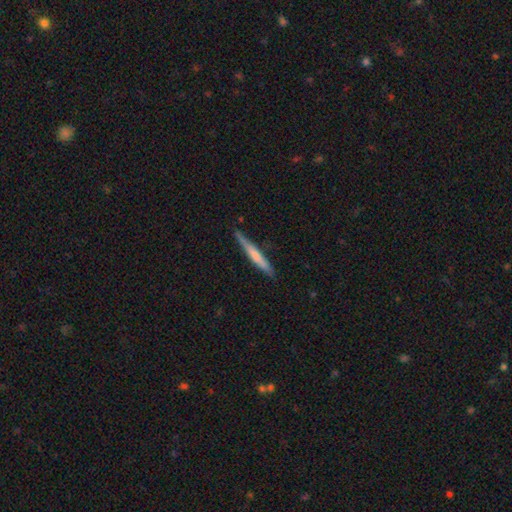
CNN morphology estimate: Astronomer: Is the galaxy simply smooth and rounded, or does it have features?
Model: smooth — 56% (runner-up: featured or disk, 38%).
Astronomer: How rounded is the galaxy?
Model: cigar-shaped — 96%.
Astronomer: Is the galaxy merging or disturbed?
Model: none — 83%.